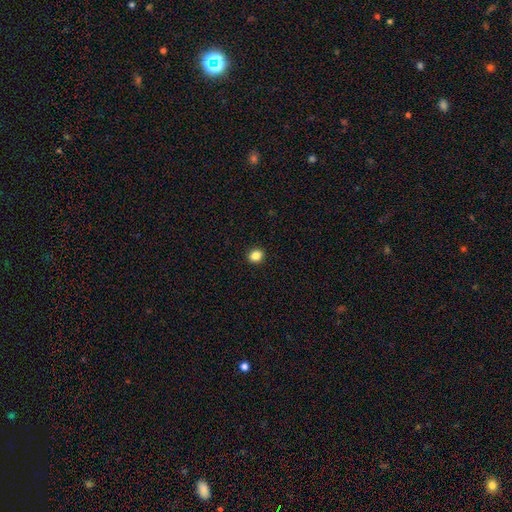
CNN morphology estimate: A smooth galaxy with no disk features (85%) that is round (77%). Merging: none (93%).